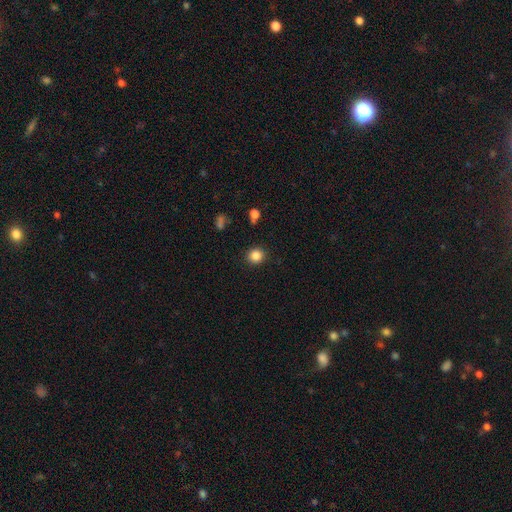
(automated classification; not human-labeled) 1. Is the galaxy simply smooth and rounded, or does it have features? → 86% smooth, 11% star or artifact, 4% featured or disk.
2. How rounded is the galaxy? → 89% round, 11% in between, 1% cigar-shaped.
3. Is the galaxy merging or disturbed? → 90% none, 6% minor disturbance, 2% major disturbance, 1% merger.